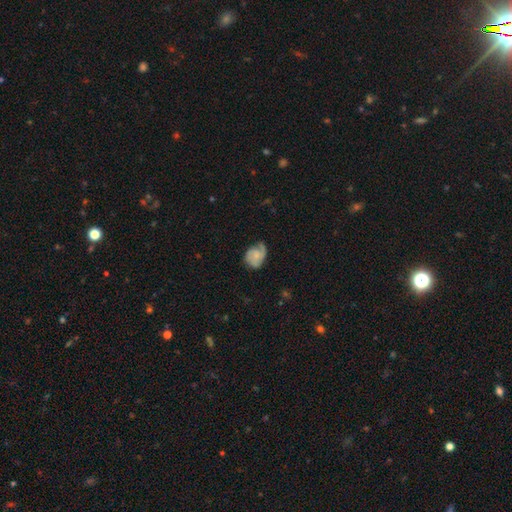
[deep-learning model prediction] The model was most divided on "smooth or featured": featured or disk: 54%, smooth: 39%, star or artifact: 7%. Remaining: edge-on disk — no (97%); spiral arms — yes (88%); bar — no (71%); merging — none (50%); bulge size — small (47%).